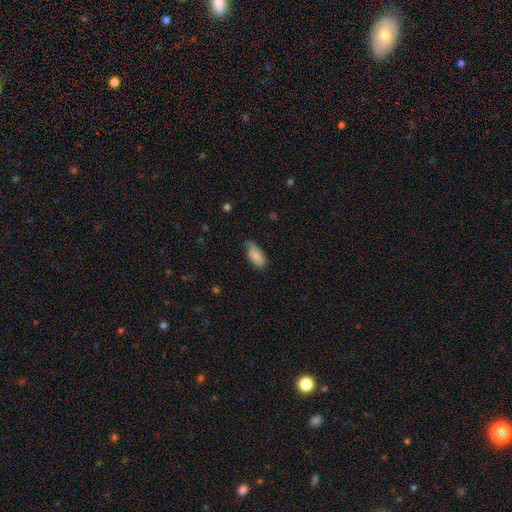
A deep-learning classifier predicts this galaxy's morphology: A smooth galaxy with no disk features (85%) that is in between round and cigar-shaped (91%). Merging: none (61%).